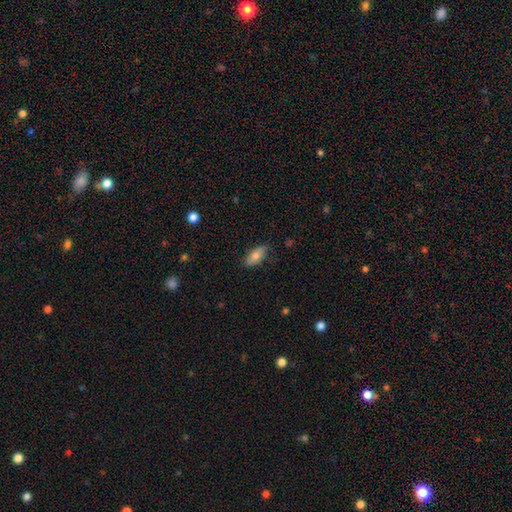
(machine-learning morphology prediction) This appears to be a smooth galaxy with no disk features (76%) that is in between round and cigar-shaped (90%). Merging: none (81%).